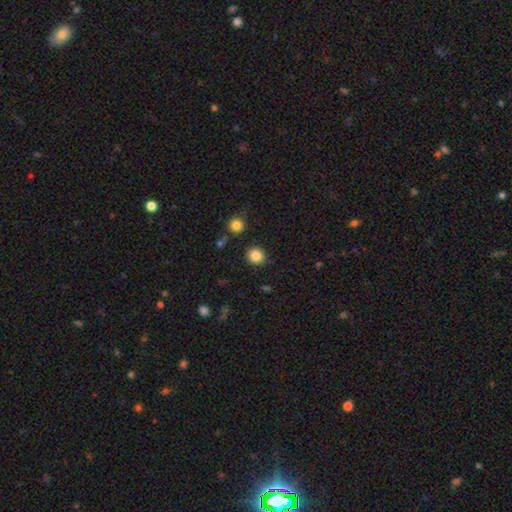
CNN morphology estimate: smooth_or_featured: smooth (p=0.85) [alt: star or artifact p=0.10]
how_rounded: round (p=0.85) [alt: in between p=0.14]
merging: none (p=0.88) [alt: minor disturbance p=0.07]